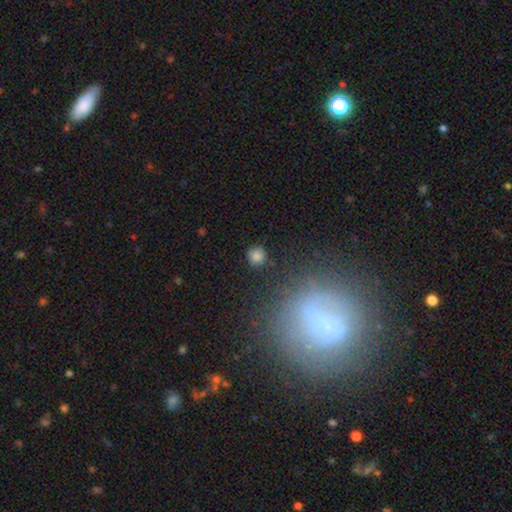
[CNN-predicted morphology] This is clearly a smooth galaxy (80%). How rounded: clearly round (93%). Merging: clearly none (85%).